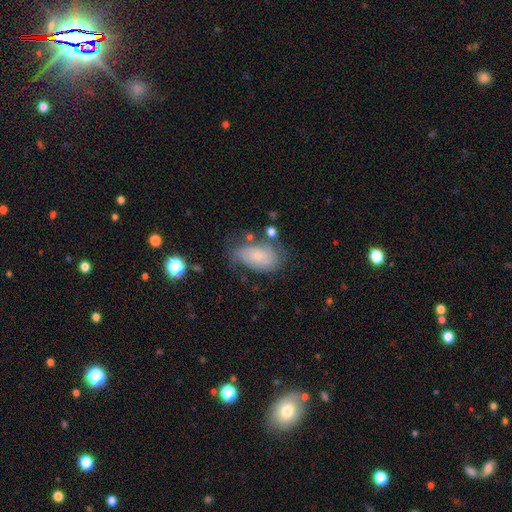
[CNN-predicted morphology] The model was most divided on "smooth or featured": smooth: 52%, featured or disk: 39%, star or artifact: 9%. More confident: how rounded — in between (90%); merging — none (51%).